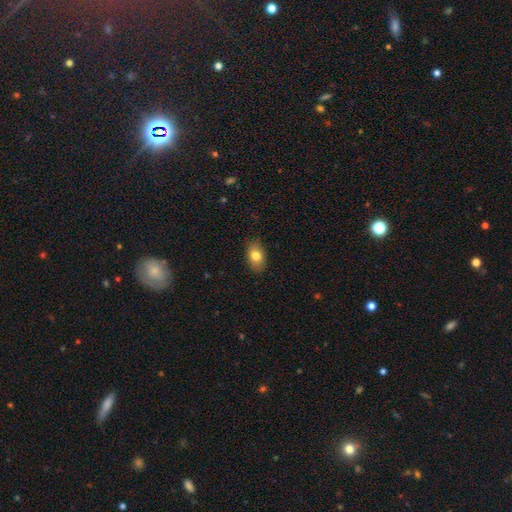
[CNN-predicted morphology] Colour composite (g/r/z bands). It shows a smooth galaxy with no disk features (80%) that is in between round and cigar-shaped (85%). Merging: none (87%).